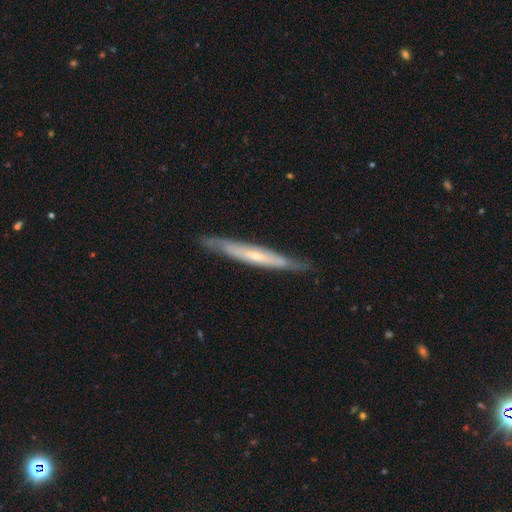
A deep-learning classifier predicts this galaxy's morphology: This appears to be a featured or disk galaxy (64%) viewed edge-on (83%) with no central bulge (51%). Merging: none (83%).